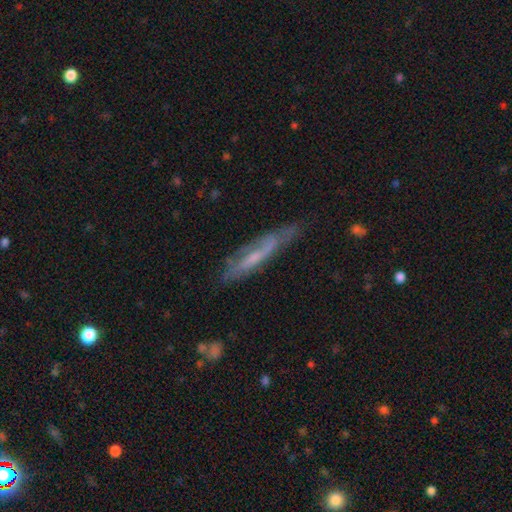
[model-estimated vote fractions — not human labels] featured or disk 57%, smooth 35%, star or artifact 8%. Down the decision tree: edge-on disk — yes (59%); merging — none (63%).